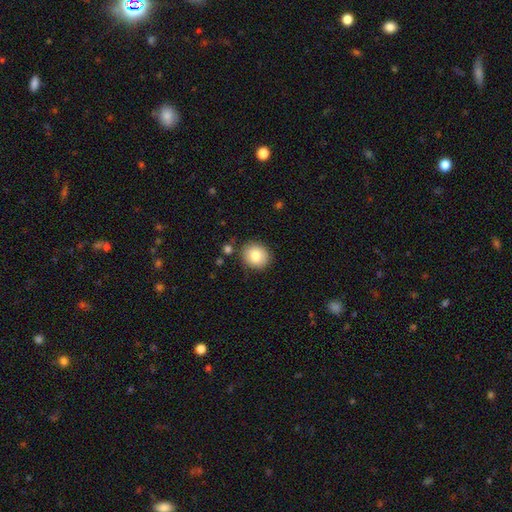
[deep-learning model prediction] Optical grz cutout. It shows a smooth galaxy with no disk features (81%) that is round (82%). Merging: none (85%).